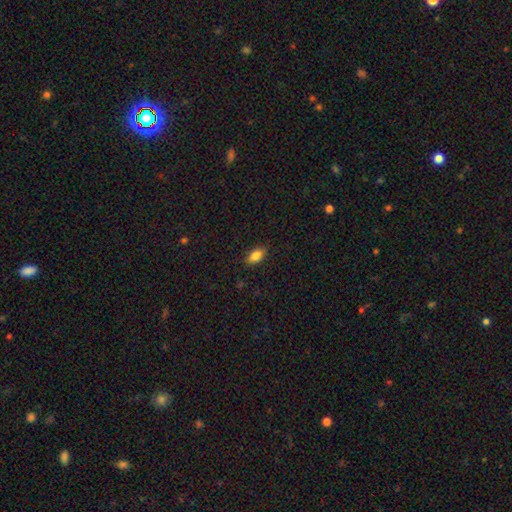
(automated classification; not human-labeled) Overall: smooth (84%). How rounded: in between (89%). Merging: none (85%).